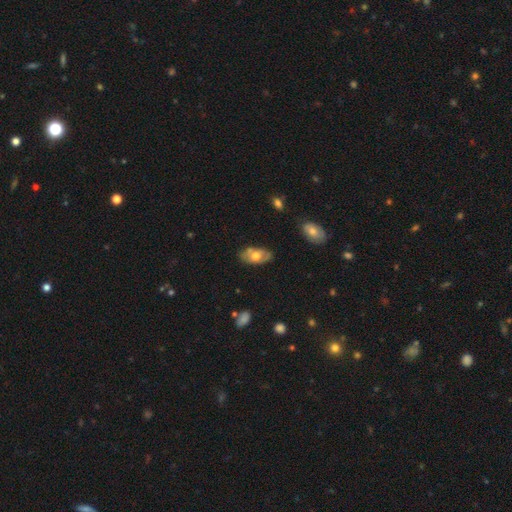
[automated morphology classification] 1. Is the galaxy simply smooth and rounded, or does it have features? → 54% smooth, 40% featured or disk, 6% star or artifact.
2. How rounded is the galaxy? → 93% in between, 4% round, 3% cigar-shaped.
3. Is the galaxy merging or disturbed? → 78% none, 16% minor disturbance, 3% major disturbance, 3% merger.